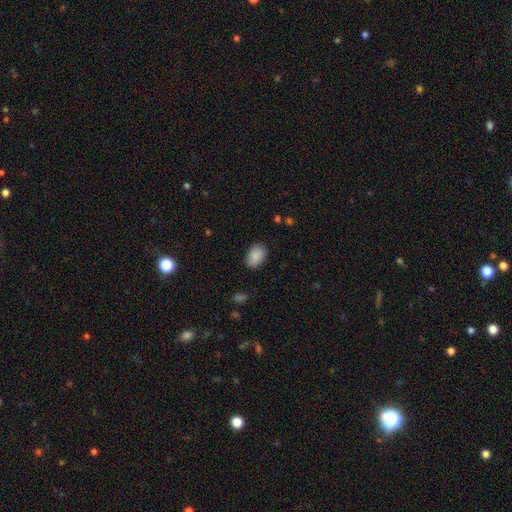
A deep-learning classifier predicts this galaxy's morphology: This appears to be a smooth galaxy with no disk features (88%) that is in between round and cigar-shaped (84%). Merging: none (79%).